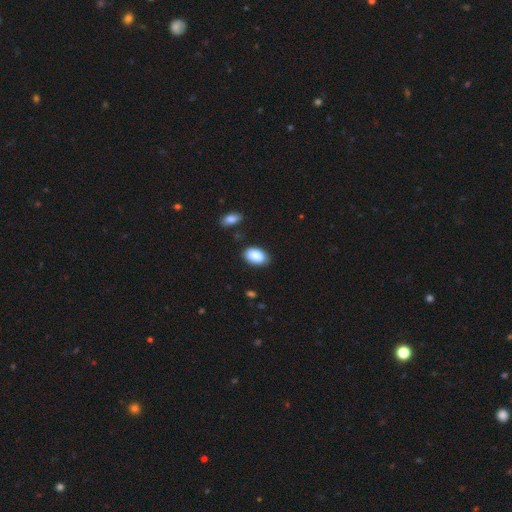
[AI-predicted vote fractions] A smooth galaxy with no disk features (90%) that is in between round and cigar-shaped (93%). Merging: none (83%).